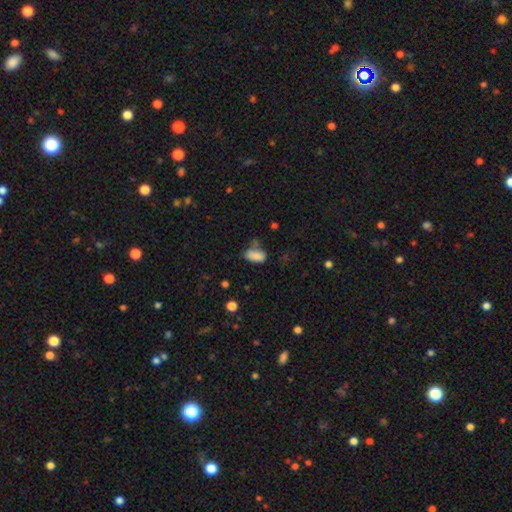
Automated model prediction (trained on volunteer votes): A smooth galaxy with no disk features (84%) that is in between round and cigar-shaped (91%).

Vote fractions:
- Smooth or featured? smooth: 84% / star or artifact: 10% / featured or disk: 6%
- How rounded? in between: 91% / round: 5% / cigar-shaped: 4%
- Merging? none: 53% / minor disturbance: 26% / merger: 12% / major disturbance: 9%